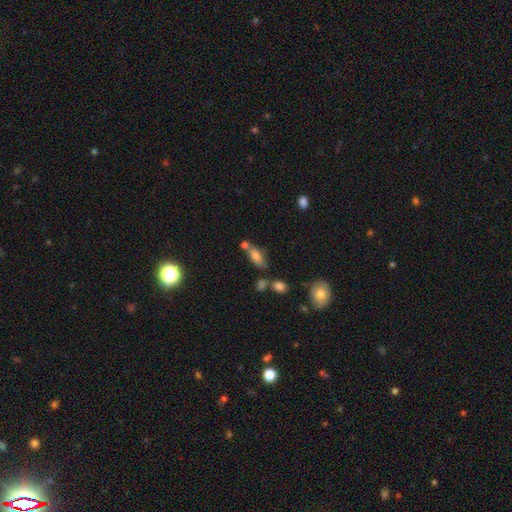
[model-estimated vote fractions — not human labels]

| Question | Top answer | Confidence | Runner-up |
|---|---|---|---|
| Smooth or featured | smooth | 72% | featured or disk (17%) |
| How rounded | in between | 77% | cigar-shaped (19%) |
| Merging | none | 50% | merger (27%) |